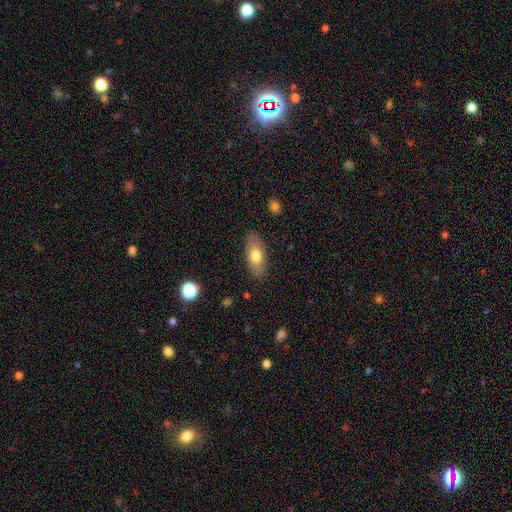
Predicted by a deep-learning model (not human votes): Smooth or featured?
  - smooth: 71% *
  - featured or disk: 22%
  - star or artifact: 7%
How rounded?
  - in between: 84% *
  - cigar-shaped: 12%
  - round: 4%
Merging?
  - none: 85% *
  - minor disturbance: 11%
  - major disturbance: 3%
  - merger: 1%